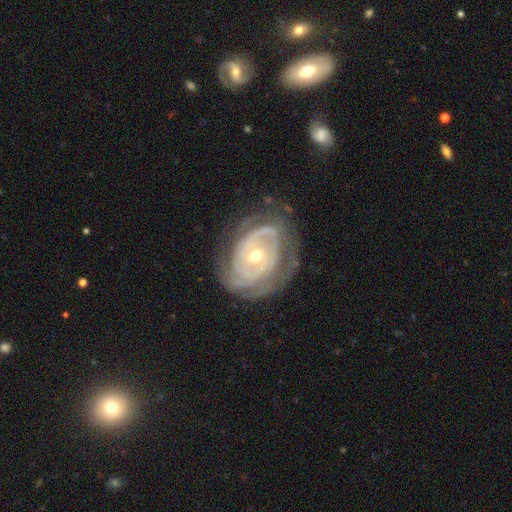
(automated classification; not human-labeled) This appears to be a featured or disk galaxy (86%) with no bar (68%), tight (73%) spiral arms (89%) and a moderate central bulge (57%). Merging: none (66%).